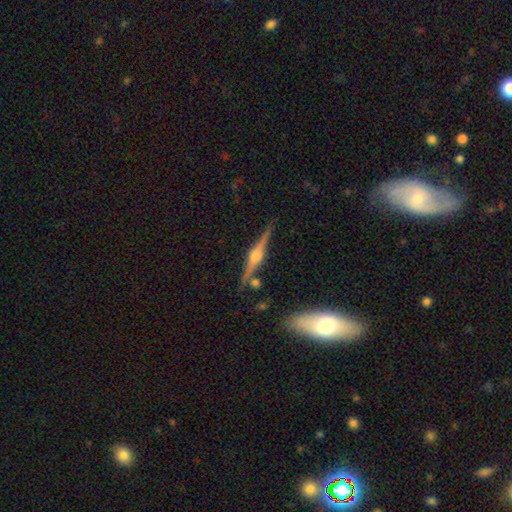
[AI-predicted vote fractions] Smooth or featured? Predicted: featured or disk (p=0.83). Edge-on disk? Predicted: yes (p=0.98). Edge-on bulge? Predicted: rounded (p=0.91). Merging? Predicted: none (p=0.85).